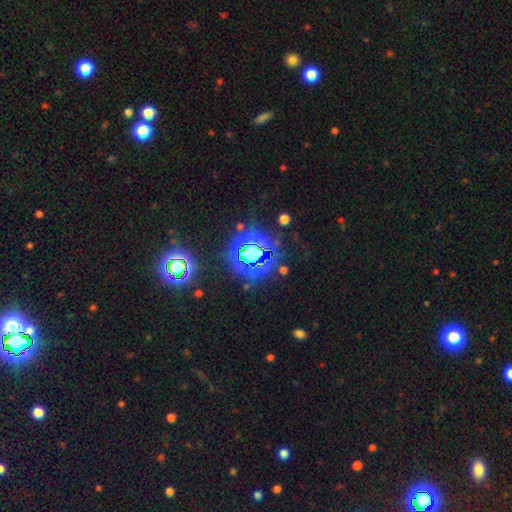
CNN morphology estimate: smooth-or-featured: star or artifact: 74% | smooth: 15% | featured or disk: 11%